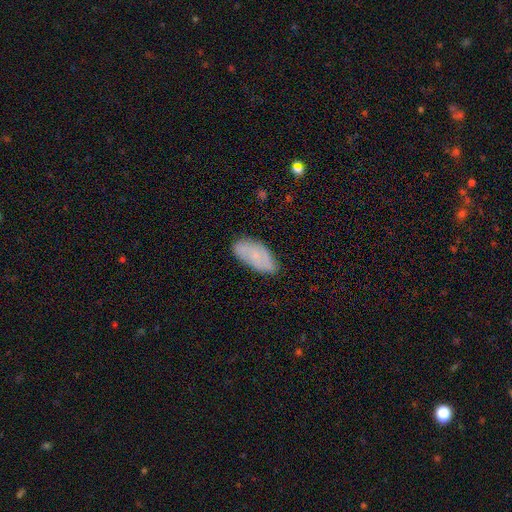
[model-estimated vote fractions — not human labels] This appears to be a smooth galaxy with no disk features (63%) that is in between round and cigar-shaped (91%). Merging: none (73%).